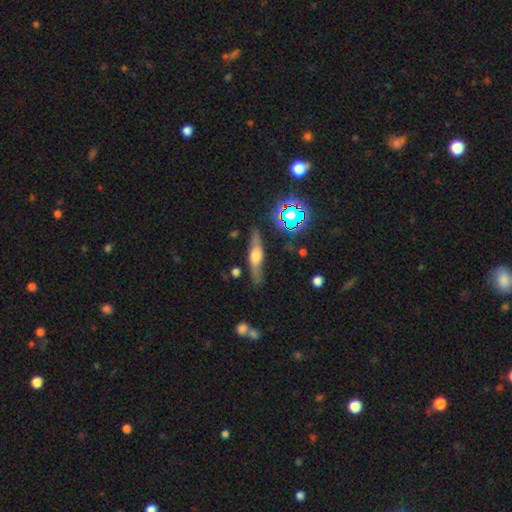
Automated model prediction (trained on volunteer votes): A featured or disk galaxy (61%) viewed edge-on (84%) with a rounded central bulge (86%). Merging: none (77%).